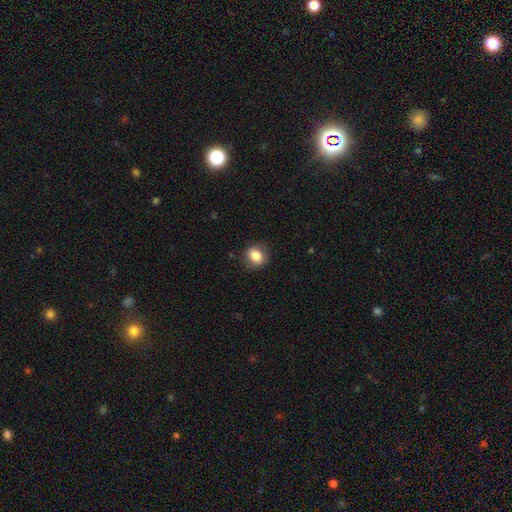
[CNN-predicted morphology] smooth_or_featured: smooth (p=0.84) [alt: star or artifact p=0.09]
how_rounded: round (p=0.62) [alt: in between p=0.37]
merging: none (p=0.85) [alt: minor disturbance p=0.11]